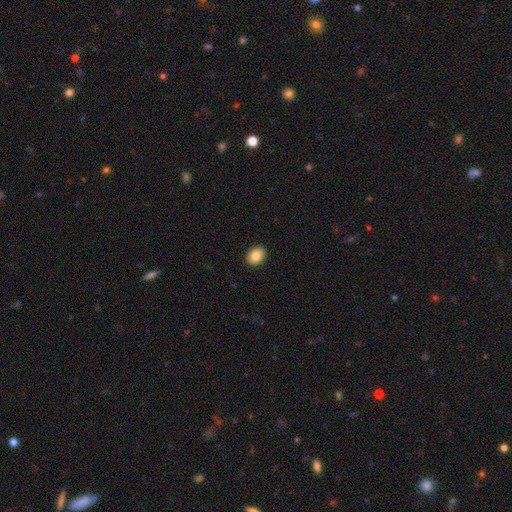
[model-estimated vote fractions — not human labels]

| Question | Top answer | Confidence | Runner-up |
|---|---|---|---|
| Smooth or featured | smooth | 86% | star or artifact (8%) |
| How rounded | in between | 68% | round (32%) |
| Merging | none | 91% | minor disturbance (6%) |